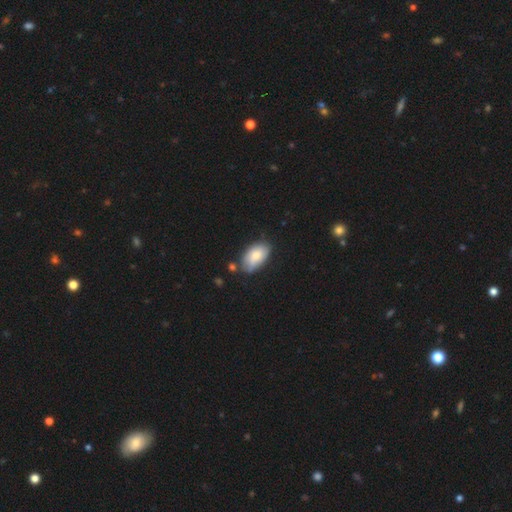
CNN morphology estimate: smooth-or-featured: smooth: 78% | featured or disk: 16% | star or artifact: 6%
  how-rounded: in between: 94% | round: 4% | cigar-shaped: 2%
  merging: none: 66% | minor disturbance: 24% | merger: 5% | major disturbance: 5%